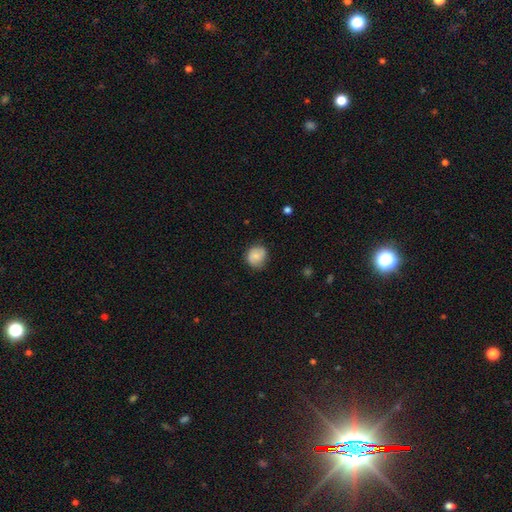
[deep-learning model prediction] This appears to be a smooth galaxy with no disk features (79%) that is round (79%). Merging: none (74%).